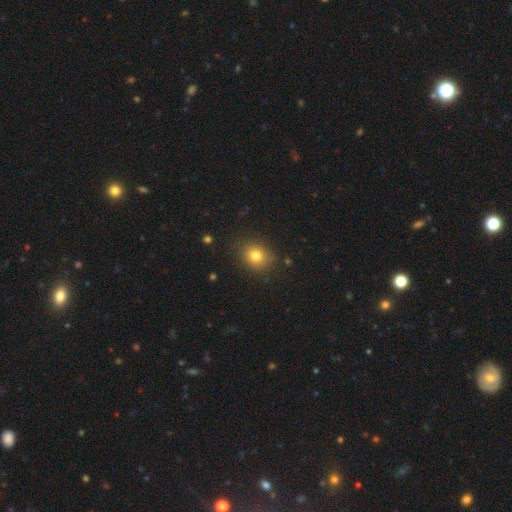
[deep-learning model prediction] Q: Smooth or featured?
A: smooth (79%); runner-up: star or artifact (12%)
Q: How rounded?
A: round (71%); runner-up: in between (28%)
Q: Merging?
A: none (84%); runner-up: minor disturbance (11%)